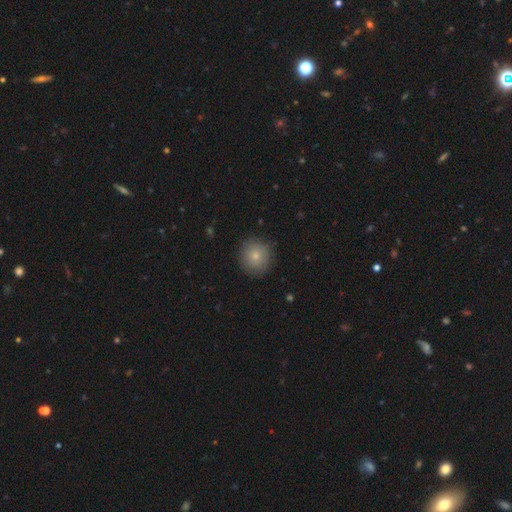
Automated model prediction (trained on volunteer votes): Smooth or featured?
  - smooth: 79% *
  - featured or disk: 11%
  - star or artifact: 10%
How rounded?
  - round: 93% *
  - in between: 6%
  - cigar-shaped: 1%
Merging?
  - none: 88% *
  - minor disturbance: 9%
  - major disturbance: 3%
  - merger: 1%